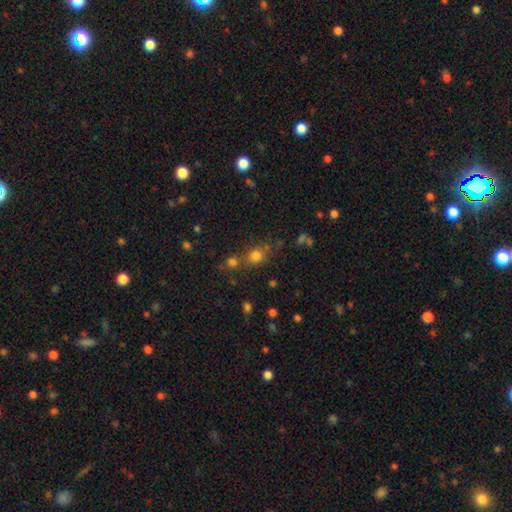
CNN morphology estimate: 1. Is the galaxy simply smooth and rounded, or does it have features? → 74% smooth, 17% star or artifact, 9% featured or disk.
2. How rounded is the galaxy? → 71% round, 27% in between, 2% cigar-shaped.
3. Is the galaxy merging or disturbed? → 56% none, 26% merger, 12% minor disturbance, 6% major disturbance.